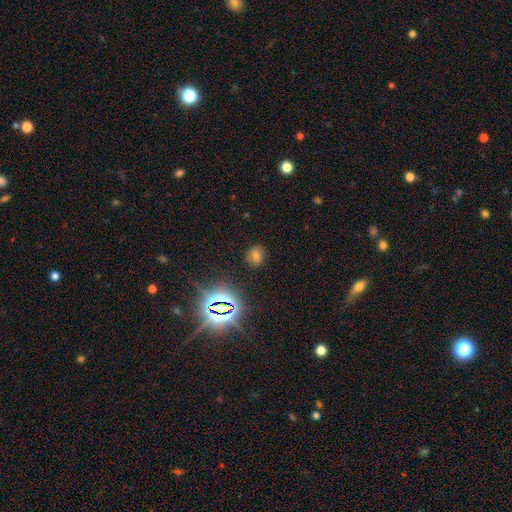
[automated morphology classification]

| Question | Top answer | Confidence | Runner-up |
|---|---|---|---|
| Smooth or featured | smooth | 47% | star or artifact (42%) |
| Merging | none | 85% | minor disturbance (10%) |